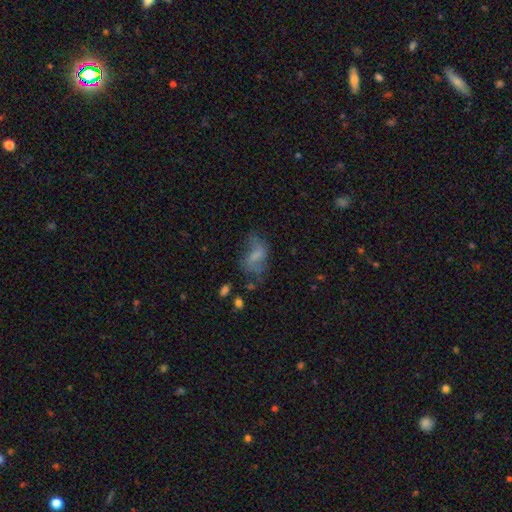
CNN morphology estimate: The model was most divided on "merging": none: 39%, major disturbance: 30%, minor disturbance: 26%, merger: 5%. Remaining: smooth or featured — smooth (49%).